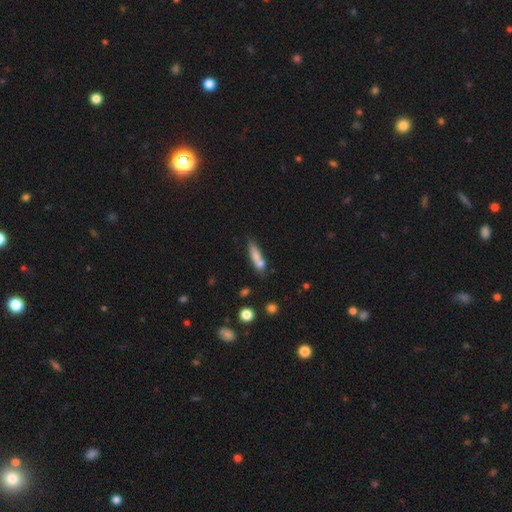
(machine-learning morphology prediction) Smooth or featured? Predicted: smooth (p=0.72). How rounded? Predicted: cigar-shaped (p=0.72). Merging? Predicted: none (p=0.54).